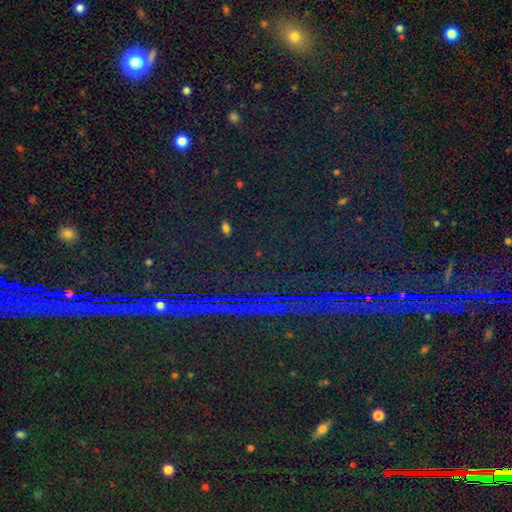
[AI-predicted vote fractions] This appears to be a star or artifact, not a galaxy (87%).